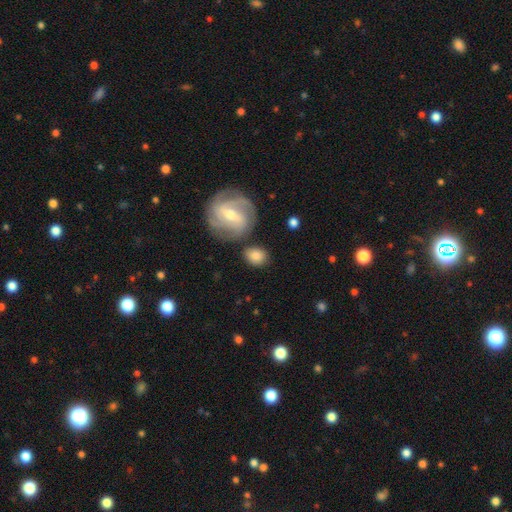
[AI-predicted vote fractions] The model was most divided on "how rounded": round: 59%, in between: 39%, cigar-shaped: 2%. More confident: merging — none (74%); smooth or featured — smooth (72%).